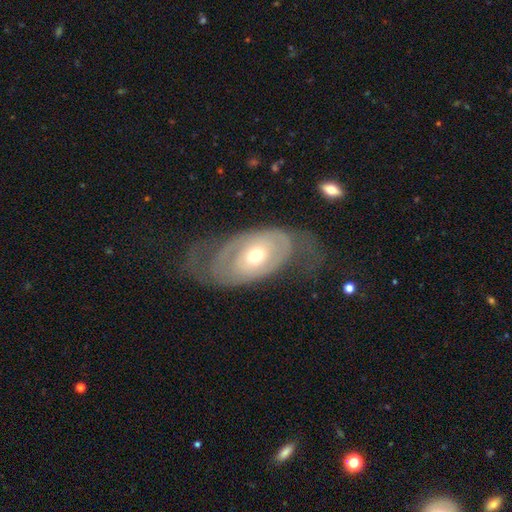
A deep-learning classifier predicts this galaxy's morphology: This is likely a featured or disk galaxy (70%). It is clearly not viewed edge-on (91%). Bar: likely no (78%). Spiral arm pattern: possibly yes (58%). Central bulge: likely moderate (65%). Merging: possibly none (54%).